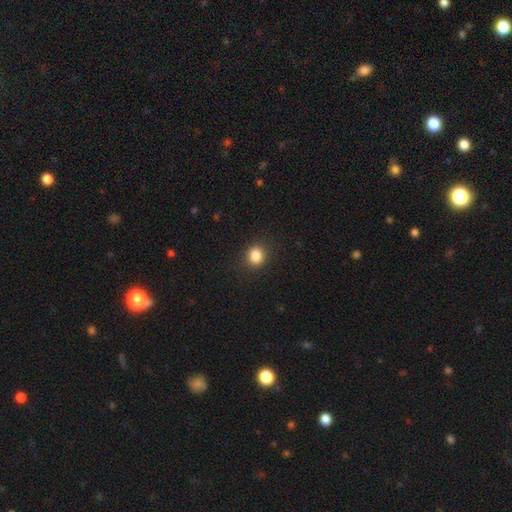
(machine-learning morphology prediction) Smooth or featured: smooth — 85% (star or artifact — 11%)
How rounded: round — 74% (in between — 25%)
Merging: none — 89% (minor disturbance — 8%)